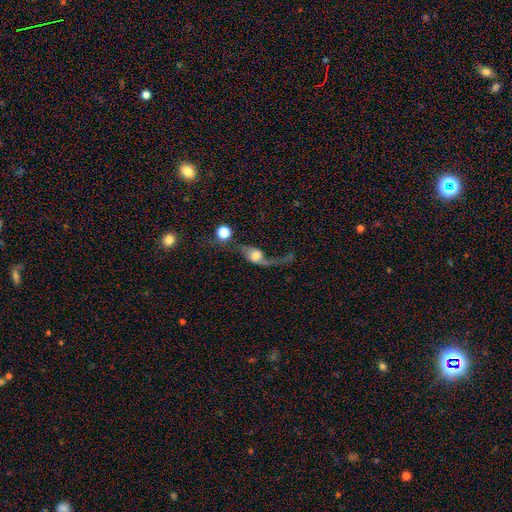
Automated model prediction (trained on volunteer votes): featured or disk 59%, smooth 31%, star or artifact 10%. Down the decision tree: edge-on disk — no (88%); bar — no (73%); spiral arms — yes (76%); bulge size — moderate (48%); merging — major disturbance (43%).